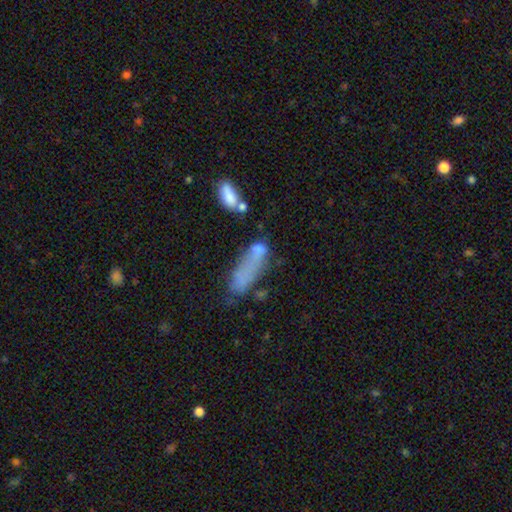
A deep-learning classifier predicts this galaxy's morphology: Q: Smooth or featured?
A: smooth (63%); runner-up: featured or disk (24%)
Q: How rounded?
A: in between (52%); runner-up: cigar-shaped (44%)
Q: Merging?
A: none (29%); runner-up: major disturbance (28%)